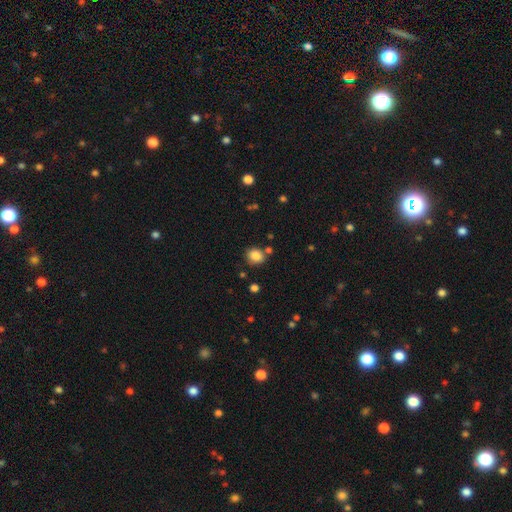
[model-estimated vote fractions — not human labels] smooth_or_featured: smooth (p=0.85) [alt: star or artifact p=0.10]
how_rounded: round (p=0.74) [alt: in between p=0.25]
merging: none (p=0.77) [alt: minor disturbance p=0.12]